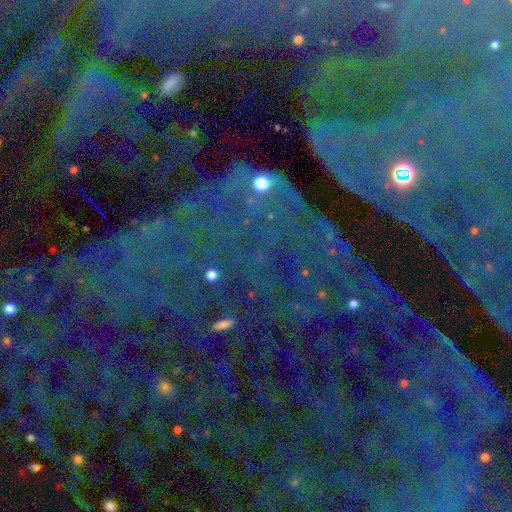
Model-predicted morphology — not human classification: The model was most divided on "smooth or featured": star or artifact: 85%, featured or disk: 8%, smooth: 7%.